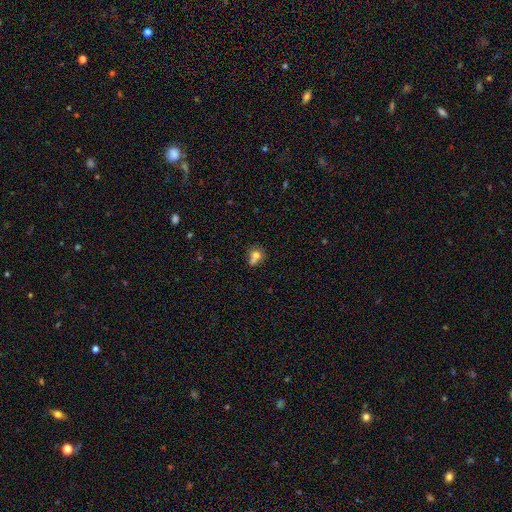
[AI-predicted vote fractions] This appears to be a smooth galaxy with no disk features (70%) that is round (65%). Merging: none (38%).